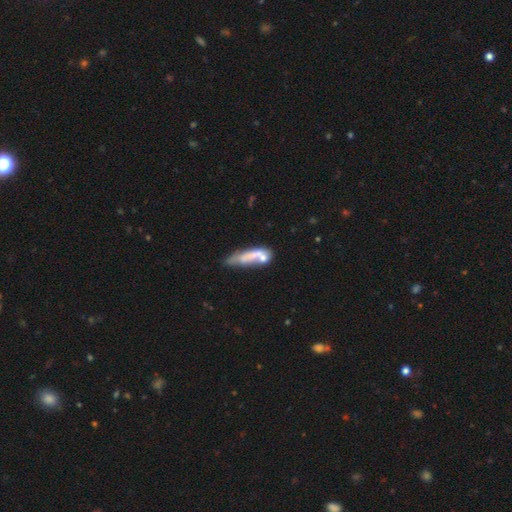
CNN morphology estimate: Q: Smooth or featured?
A: smooth (54%); runner-up: featured or disk (38%)
Q: How rounded?
A: cigar-shaped (60%); runner-up: in between (37%)
Q: Merging?
A: merger (36%); runner-up: none (28%)